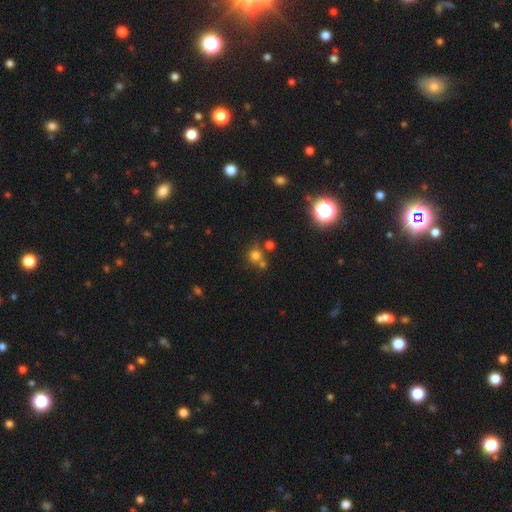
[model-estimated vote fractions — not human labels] Smooth or featured? Predicted: smooth (p=0.69). How rounded? Predicted: round (p=0.88). Merging? Predicted: none (p=0.59).